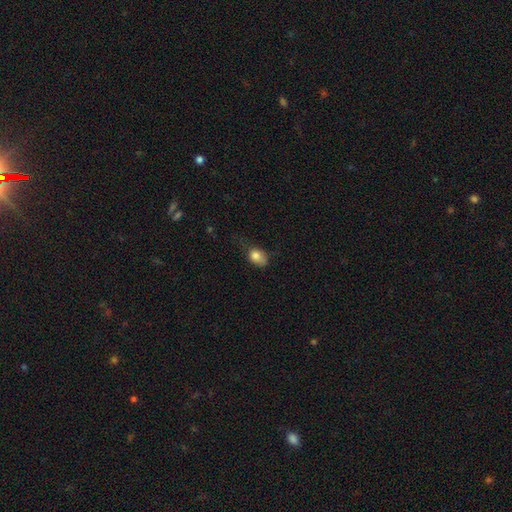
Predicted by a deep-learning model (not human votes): The model was most divided on "merging": none: 41%, minor disturbance: 39%, major disturbance: 19%, merger: 2%. More confident: smooth or featured — smooth (80%); how rounded — in between (72%).